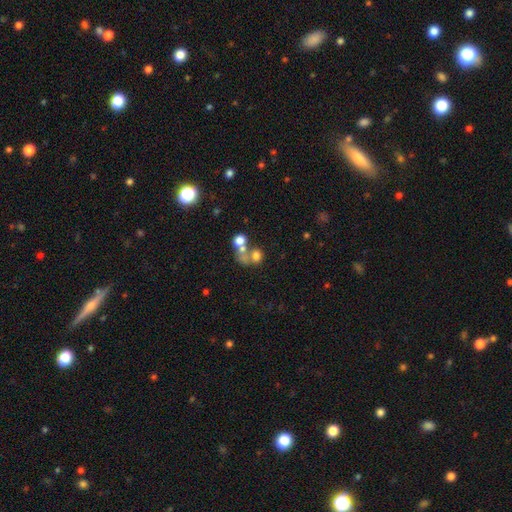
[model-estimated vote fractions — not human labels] Overall: smooth (62%). How rounded: round (70%). Merging: merger (51%; none 31%).